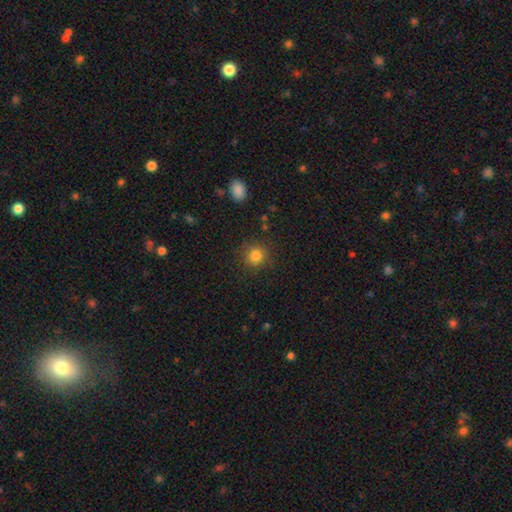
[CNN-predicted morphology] smooth-or-featured: smooth: 83% | star or artifact: 12% | featured or disk: 5%
  how-rounded: round: 92% | in between: 7% | cigar-shaped: 1%
  merging: none: 87% | minor disturbance: 8% | major disturbance: 3% | merger: 2%